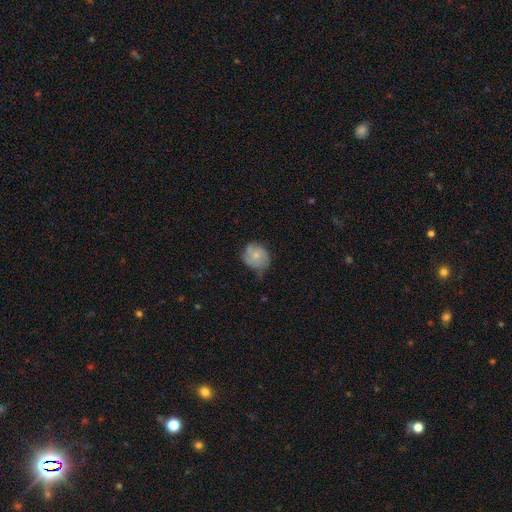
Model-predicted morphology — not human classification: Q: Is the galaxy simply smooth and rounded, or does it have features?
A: smooth — 55%.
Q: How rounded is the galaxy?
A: round — 71%.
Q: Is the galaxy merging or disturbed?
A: none — 46%.